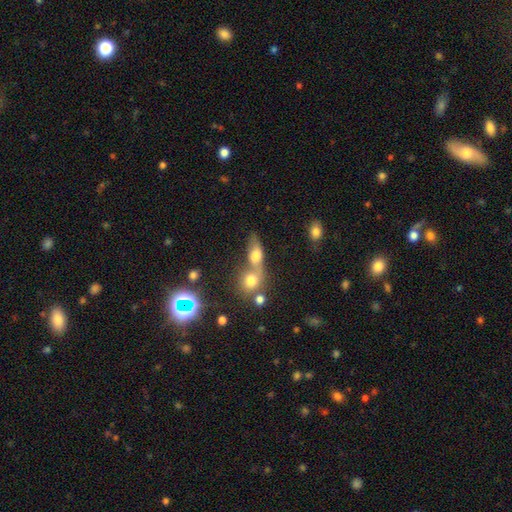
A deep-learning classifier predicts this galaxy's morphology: The model was most divided on "merging": merger: 52%, none: 33%, minor disturbance: 9%, major disturbance: 6%. More confident: smooth or featured — smooth (68%); how rounded — in between (60%).